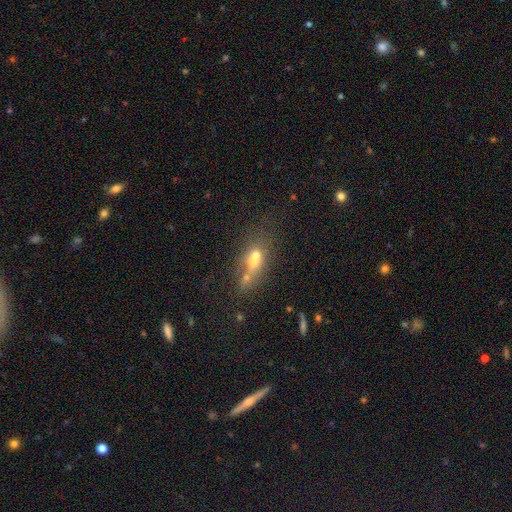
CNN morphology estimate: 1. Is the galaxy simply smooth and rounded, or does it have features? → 51% smooth, 31% featured or disk, 18% star or artifact.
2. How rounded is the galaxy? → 52% in between, 36% round, 12% cigar-shaped.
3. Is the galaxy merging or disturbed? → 57% merger, 27% none, 9% minor disturbance, 7% major disturbance.